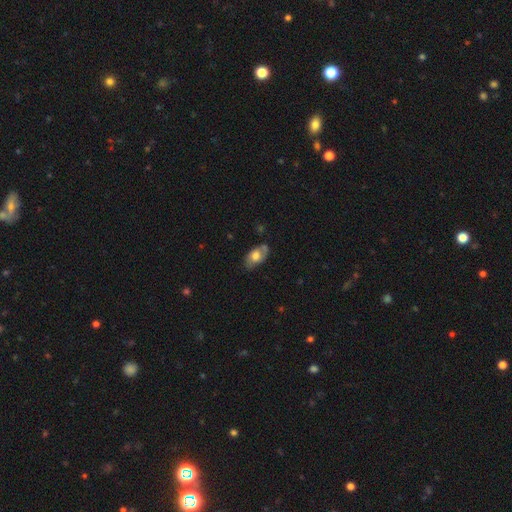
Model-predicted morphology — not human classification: Smooth or featured?
  - smooth: 58% *
  - featured or disk: 35%
  - star or artifact: 7%
How rounded?
  - in between: 91% *
  - round: 7%
  - cigar-shaped: 2%
Merging?
  - none: 63% *
  - minor disturbance: 26%
  - major disturbance: 6%
  - merger: 4%